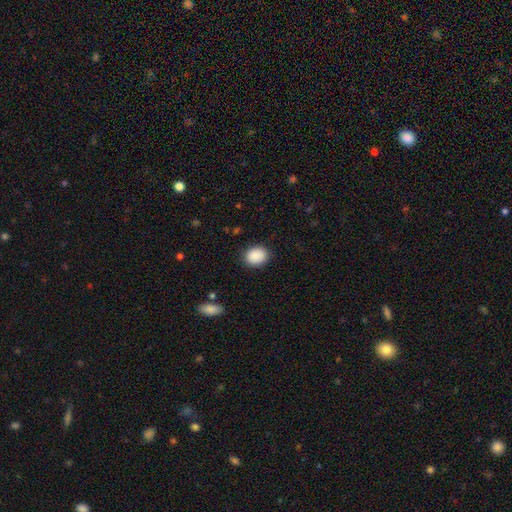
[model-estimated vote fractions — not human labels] The model was most divided on "how rounded": round: 52%, in between: 48%, cigar-shaped: 1%. More confident: smooth or featured — smooth (90%); merging — none (88%).